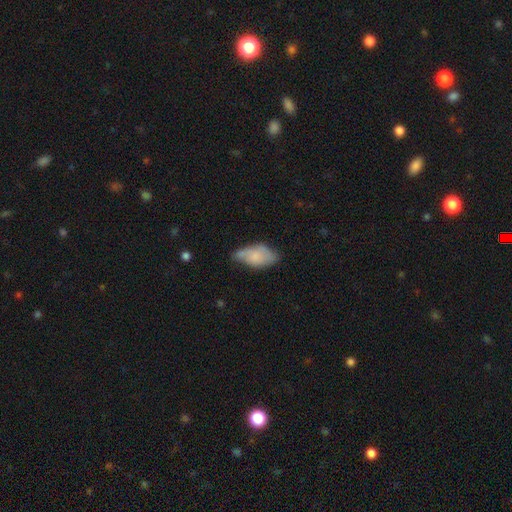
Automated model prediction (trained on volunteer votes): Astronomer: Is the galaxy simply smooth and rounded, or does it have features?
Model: smooth — 67%.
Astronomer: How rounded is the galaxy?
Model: in between — 92%.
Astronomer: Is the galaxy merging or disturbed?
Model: minor disturbance — 42% (runner-up: none, 39%).